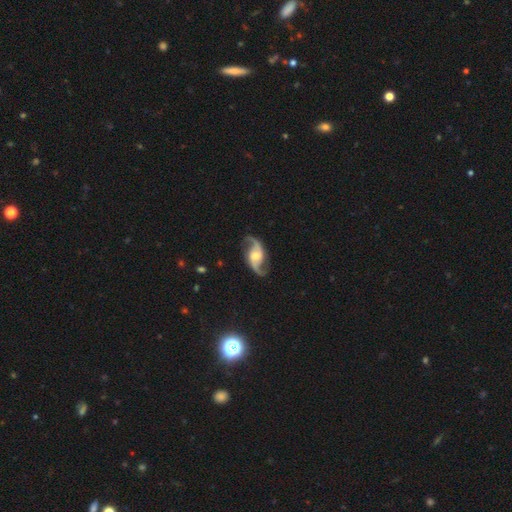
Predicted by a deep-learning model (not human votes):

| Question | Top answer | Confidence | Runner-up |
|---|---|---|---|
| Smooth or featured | featured or disk | 91% | star or artifact (4%) |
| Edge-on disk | no | 97% | yes (3%) |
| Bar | no | 47% | weak (38%) |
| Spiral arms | yes | 98% | no (2%) |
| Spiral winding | loose | 63% | medium (31%) |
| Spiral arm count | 2 | 94% | can't tell (1%) |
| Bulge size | moderate | 54% | small (23%) |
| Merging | none | 82% | minor disturbance (12%) |